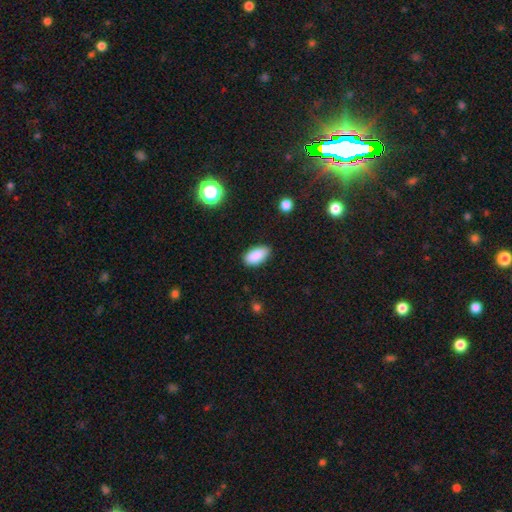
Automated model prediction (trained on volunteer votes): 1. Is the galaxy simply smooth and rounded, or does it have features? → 88% smooth, 7% star or artifact, 4% featured or disk.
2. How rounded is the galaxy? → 93% in between, 4% cigar-shaped, 3% round.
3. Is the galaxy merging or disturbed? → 84% none, 12% minor disturbance, 2% major disturbance, 1% merger.